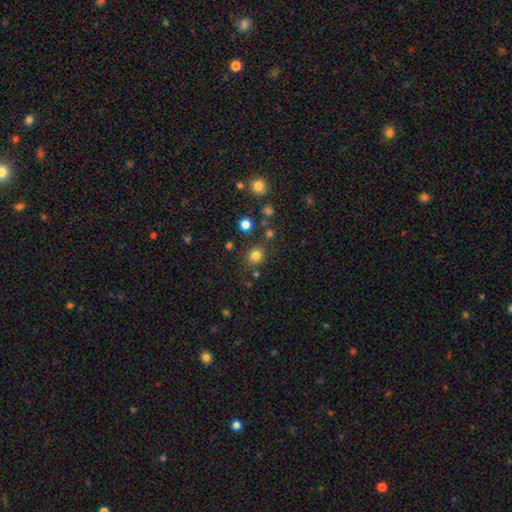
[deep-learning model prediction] Morphology: type=smooth (79%); roundness=round (86%); merging=none (82%).